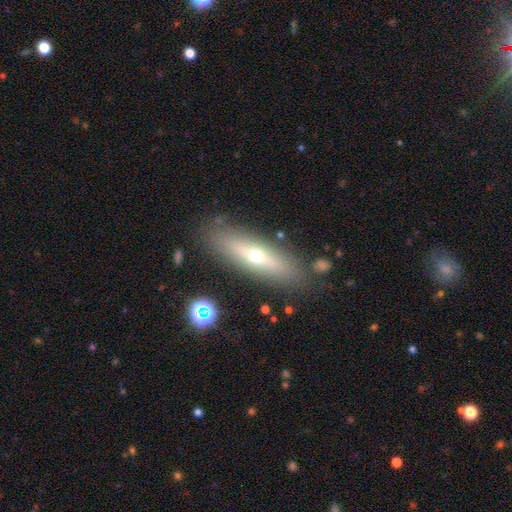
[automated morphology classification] Overall: featured or disk (48%; smooth 44%). Merging: none (84%).